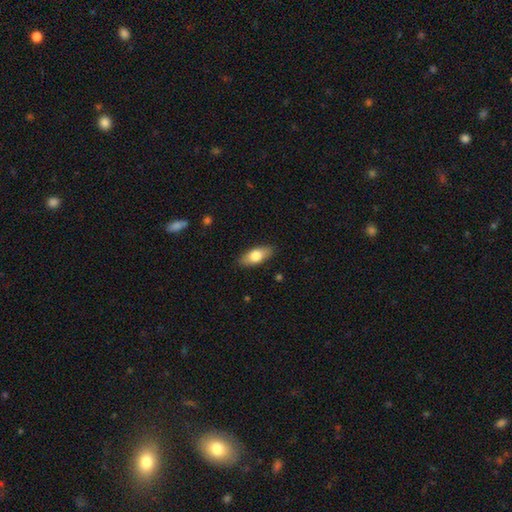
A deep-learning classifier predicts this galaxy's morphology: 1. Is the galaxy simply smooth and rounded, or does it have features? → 74% smooth, 20% featured or disk, 6% star or artifact.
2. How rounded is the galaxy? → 83% in between, 14% cigar-shaped, 3% round.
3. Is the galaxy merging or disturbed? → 87% none, 10% minor disturbance, 2% major disturbance, 1% merger.